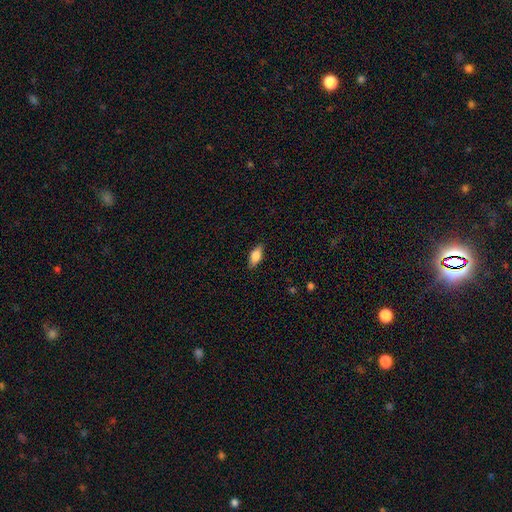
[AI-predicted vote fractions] Smooth or featured? smooth (76%)
How rounded? in between (83%)
Merging? none (84%)